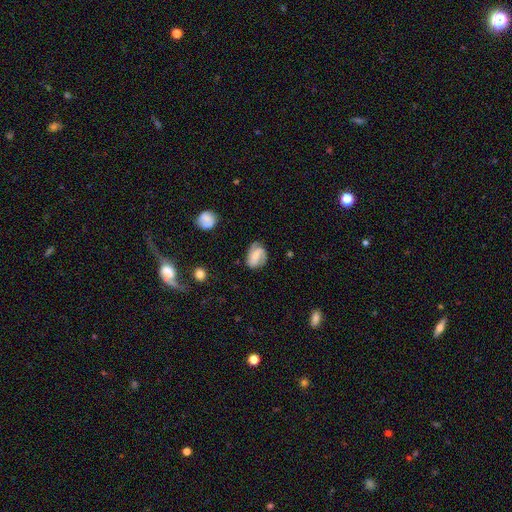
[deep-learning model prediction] Smooth or featured: featured or disk — 59% (smooth — 33%)
Edge-on disk: no — 97% (yes — 3%)
Bar: weak — 44% (no — 30%)
Spiral arms: yes — 89% (no — 11%)
Spiral winding: medium — 43% (tight — 32%)
Spiral arm count: 2 — 72% (1 — 13%)
Bulge size: small — 42% (moderate — 29%)
Merging: none — 66% (minor disturbance — 23%)